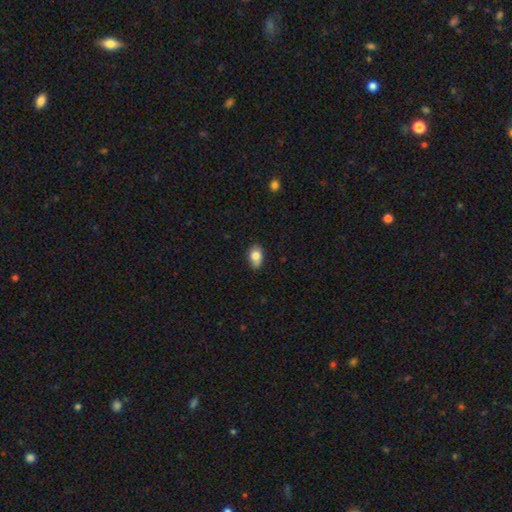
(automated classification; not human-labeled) This appears to be a smooth galaxy with no disk features (82%) that is in between round and cigar-shaped (84%). Merging: none (76%).